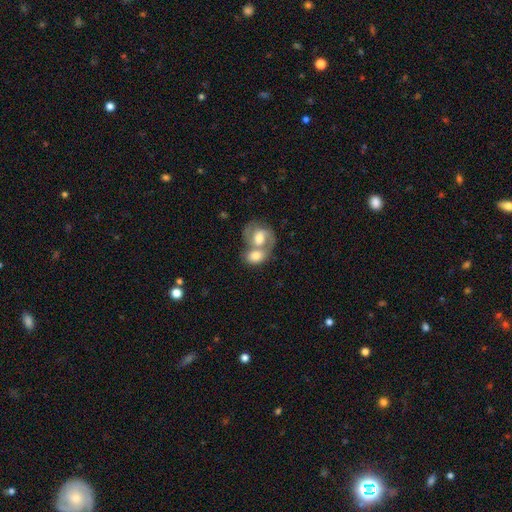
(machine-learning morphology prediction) The model was most divided on "smooth or featured": smooth: 52%, featured or disk: 42%, star or artifact: 7%. More confident: merging — merger (72%); how rounded — in between (61%).